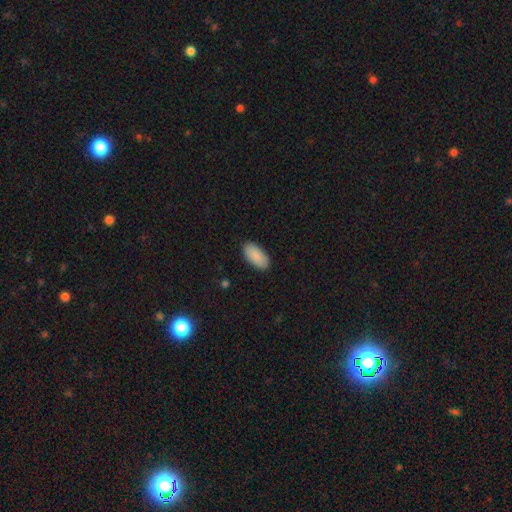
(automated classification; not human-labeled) Smooth or featured: smooth — 90% (star or artifact — 6%)
How rounded: in between — 94% (cigar-shaped — 4%)
Merging: none — 88% (minor disturbance — 9%)